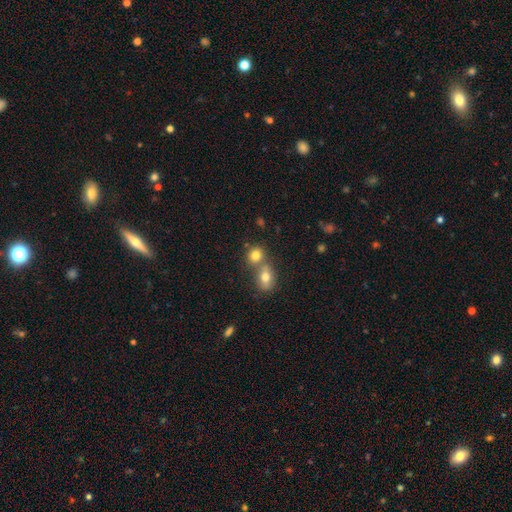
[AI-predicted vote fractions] smooth_or_featured: smooth (p=0.79) [alt: star or artifact p=0.11]
how_rounded: round (p=0.69) [alt: in between p=0.30]
merging: merger (p=0.46) [alt: none p=0.44]